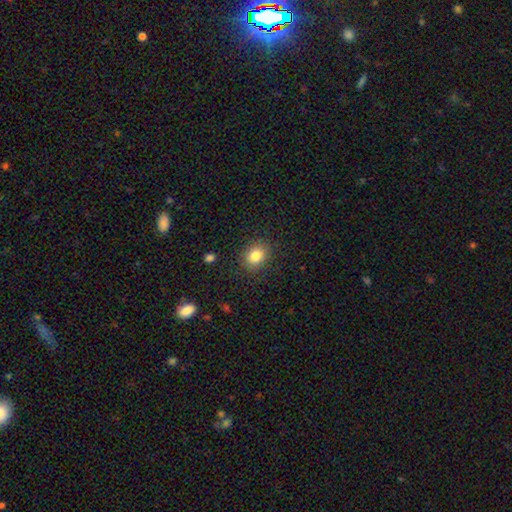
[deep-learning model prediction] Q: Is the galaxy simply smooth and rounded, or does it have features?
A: smooth — 83%.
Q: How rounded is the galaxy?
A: round — 52%.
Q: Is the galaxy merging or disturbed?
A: none — 87%.